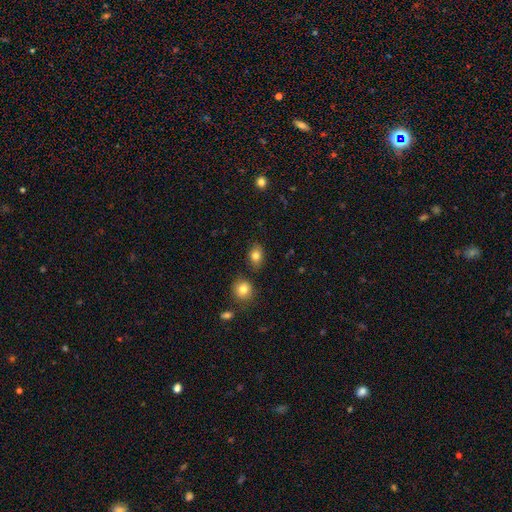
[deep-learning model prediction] This appears to be a smooth galaxy with no disk features (81%) that is in between round and cigar-shaped (67%). Merging: none (81%).